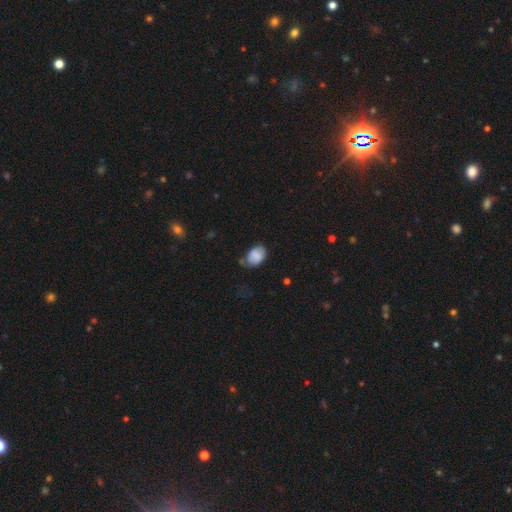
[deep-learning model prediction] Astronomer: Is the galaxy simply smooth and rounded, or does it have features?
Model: smooth — 81%.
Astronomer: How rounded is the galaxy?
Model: in between — 81%.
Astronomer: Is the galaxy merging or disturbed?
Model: none — 53% (runner-up: minor disturbance, 32%).